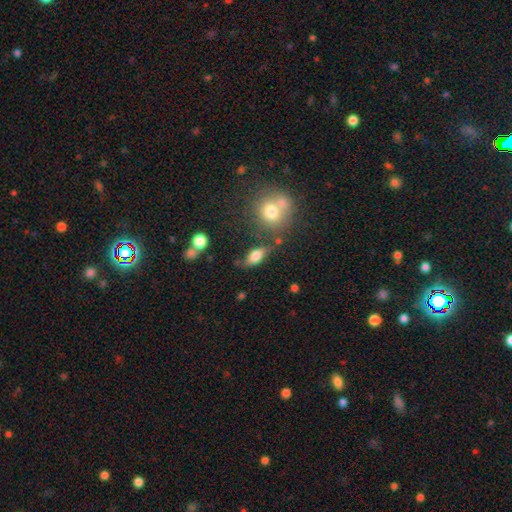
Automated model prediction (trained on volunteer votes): Overall: smooth (69%). How rounded: in between (78%). Merging: none (60%; minor disturbance 22%).